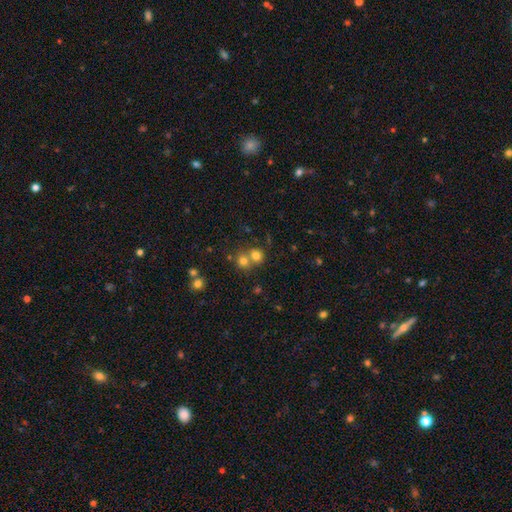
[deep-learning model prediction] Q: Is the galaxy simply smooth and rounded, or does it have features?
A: smooth — 74%.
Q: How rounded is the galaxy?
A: round — 83%.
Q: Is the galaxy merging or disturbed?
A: merger — 46%.